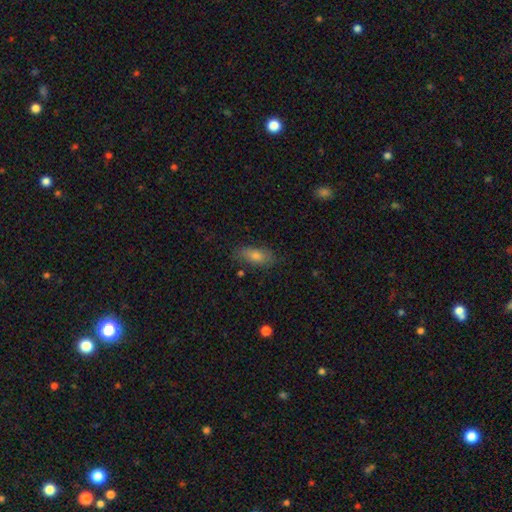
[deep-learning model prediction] Smooth or featured? Predicted: smooth (p=0.70). How rounded? Predicted: in between (p=0.76). Merging? Predicted: none (p=0.81).